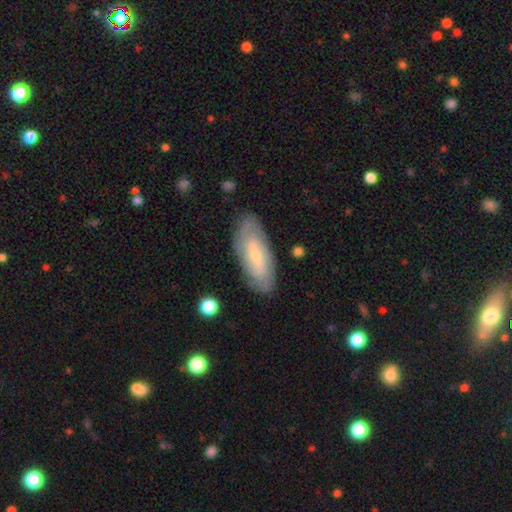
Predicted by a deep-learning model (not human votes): featured or disk 64%, smooth 30%, star or artifact 6%. Down the decision tree: edge-on disk — no (88%); bar — no (53%); spiral arms — yes (83%); bulge size — small (67%); merging — none (81%).